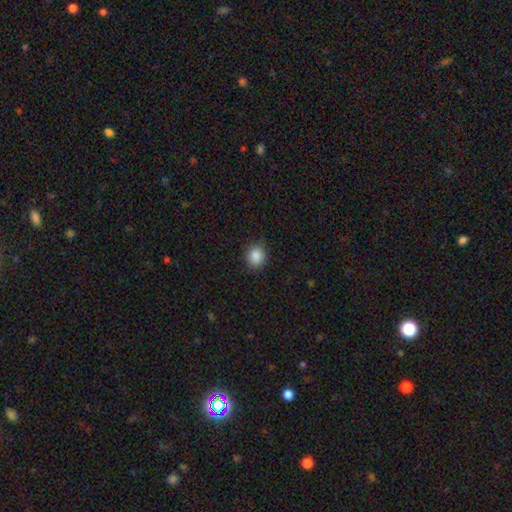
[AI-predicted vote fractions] This appears to be a smooth galaxy with no disk features (87%) that is round (76%). Merging: none (86%).